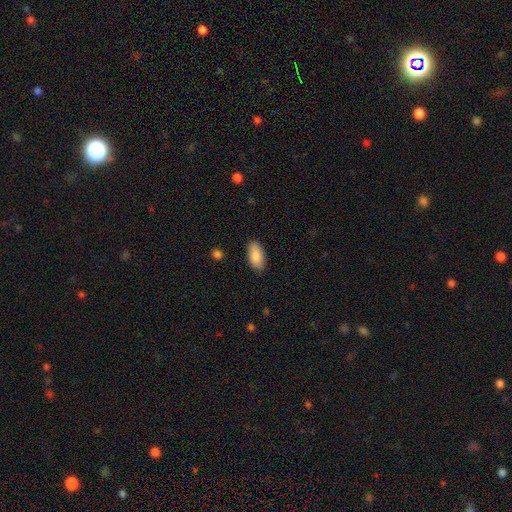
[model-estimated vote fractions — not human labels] Smooth or featured: smooth — 88% (star or artifact — 6%)
How rounded: in between — 94% (cigar-shaped — 4%)
Merging: none — 87% (minor disturbance — 10%)